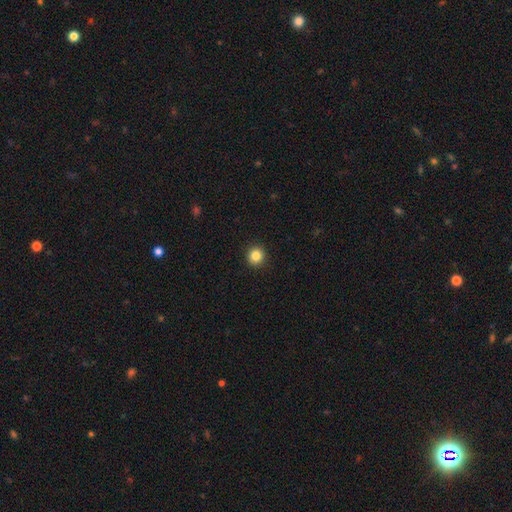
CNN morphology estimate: The model was most divided on "smooth or featured": smooth: 84%, star or artifact: 11%, featured or disk: 5%. More confident: how rounded — round (94%); merging — none (93%).